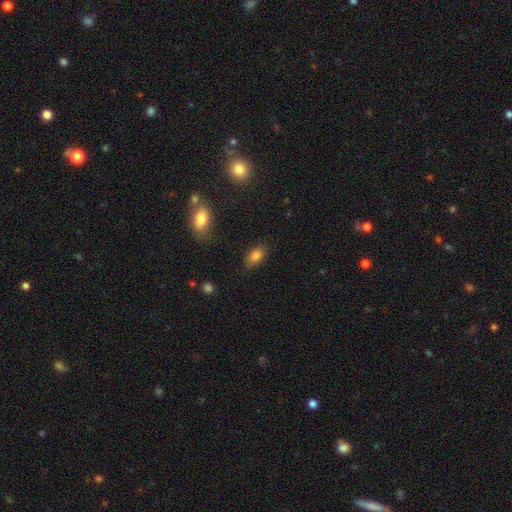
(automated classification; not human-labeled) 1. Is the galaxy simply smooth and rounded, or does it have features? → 83% smooth, 10% star or artifact, 7% featured or disk.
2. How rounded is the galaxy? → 89% in between, 8% round, 3% cigar-shaped.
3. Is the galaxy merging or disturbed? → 81% none, 14% minor disturbance, 3% major disturbance, 2% merger.